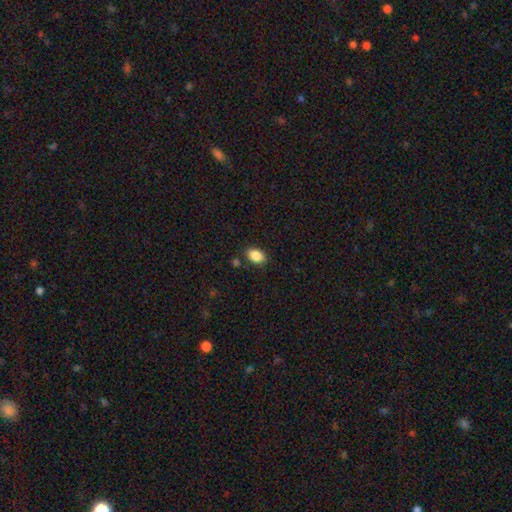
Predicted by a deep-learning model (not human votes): Smooth or featured? Predicted: smooth (p=0.87). How rounded? Predicted: in between (p=0.86). Merging? Predicted: none (p=0.84).